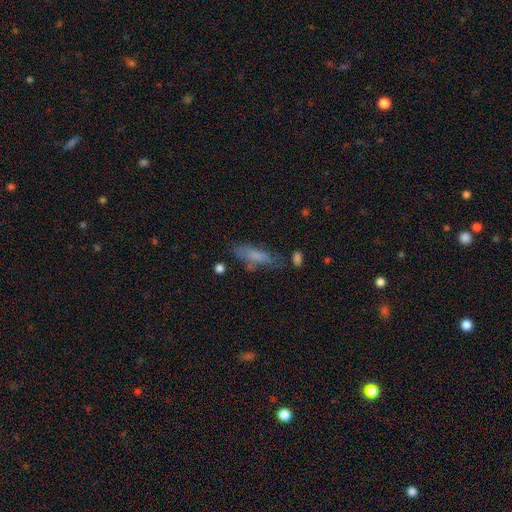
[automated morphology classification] This is likely a smooth galaxy (69%). How rounded: possibly in between (50%). Merging: likely none (61%).